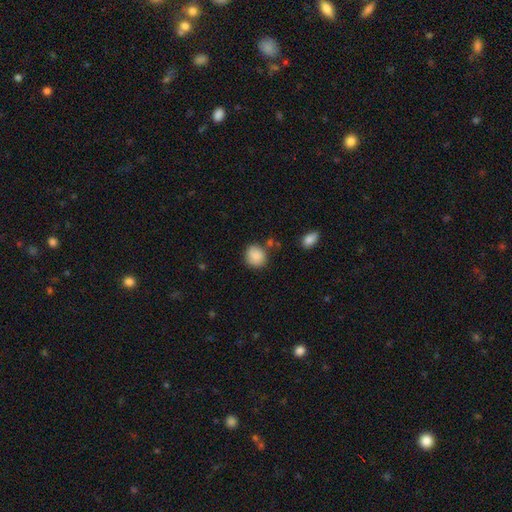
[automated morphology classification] Smooth or featured?
  - smooth: 87% *
  - star or artifact: 8%
  - featured or disk: 5%
How rounded?
  - round: 81% *
  - in between: 18%
  - cigar-shaped: 1%
Merging?
  - none: 77% *
  - minor disturbance: 14%
  - merger: 5%
  - major disturbance: 3%